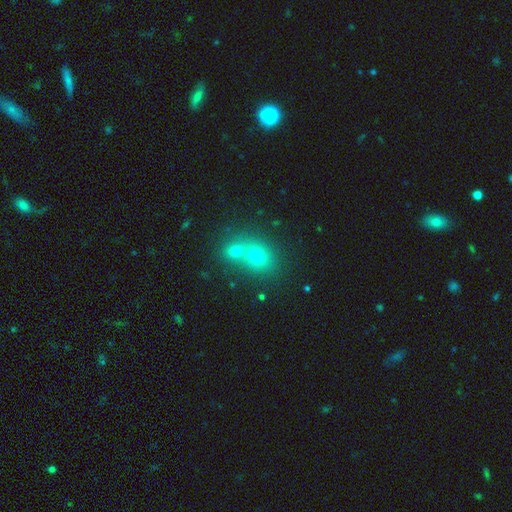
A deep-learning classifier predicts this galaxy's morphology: smooth-or-featured: smooth: 62% | star or artifact: 22% | featured or disk: 16%
  how-rounded: round: 67% | in between: 32% | cigar-shaped: 1%
  merging: merger: 54% | none: 37% | minor disturbance: 6% | major disturbance: 2%